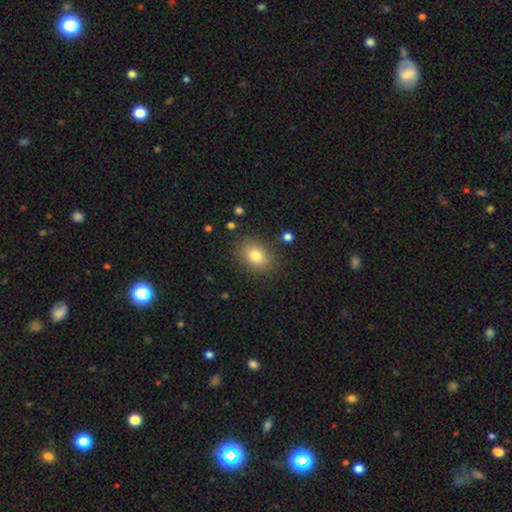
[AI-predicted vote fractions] A smooth galaxy with no disk features (80%) that is in between round and cigar-shaped (67%). Merging: none (84%).